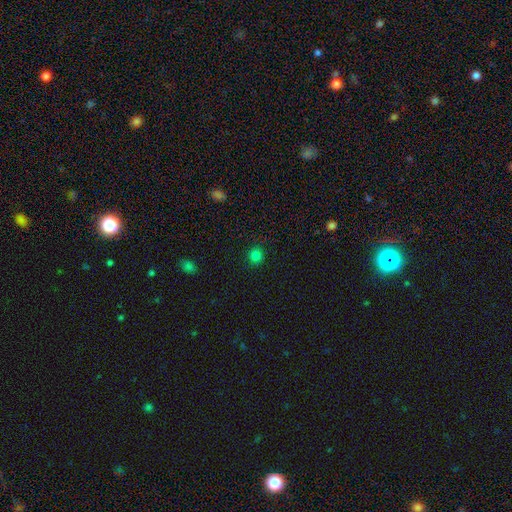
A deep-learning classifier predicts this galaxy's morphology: Q: Smooth or featured?
A: smooth (81%); runner-up: star or artifact (15%)
Q: How rounded?
A: round (92%); runner-up: in between (7%)
Q: Merging?
A: none (91%); runner-up: minor disturbance (6%)